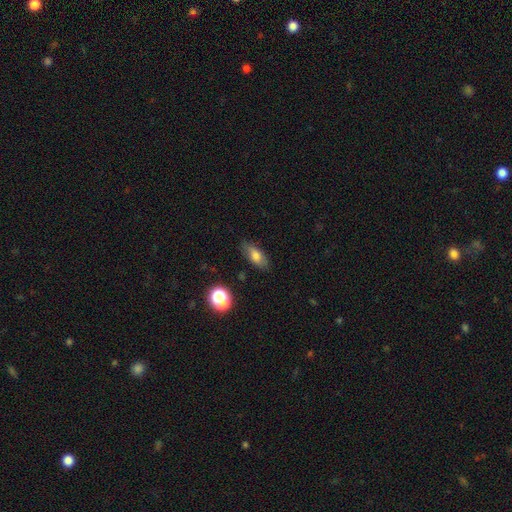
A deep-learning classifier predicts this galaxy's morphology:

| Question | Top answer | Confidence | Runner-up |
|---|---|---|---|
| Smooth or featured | smooth | 72% | featured or disk (18%) |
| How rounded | in between | 80% | cigar-shaped (14%) |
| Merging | none | 78% | minor disturbance (16%) |